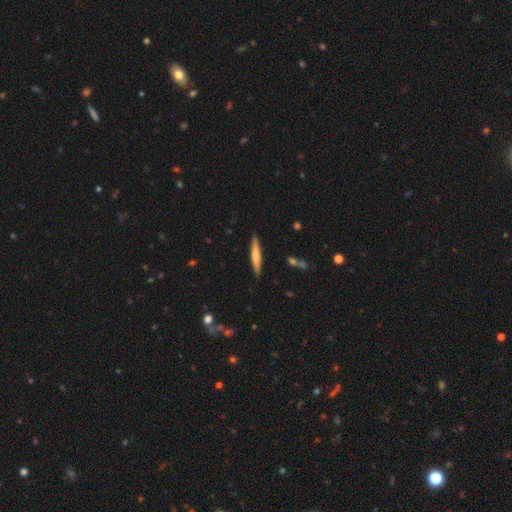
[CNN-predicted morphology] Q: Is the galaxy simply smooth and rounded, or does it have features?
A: smooth — 54%.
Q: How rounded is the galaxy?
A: cigar-shaped — 92%.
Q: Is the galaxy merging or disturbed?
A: none — 89%.